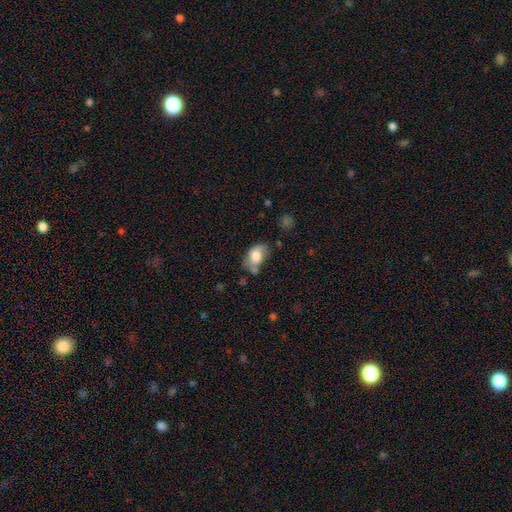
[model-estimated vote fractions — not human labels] Morphology: type=smooth (75%); roundness=in between (84%); merging=none (44%).